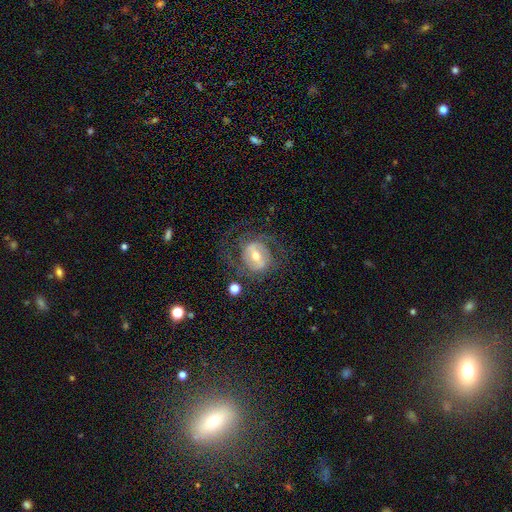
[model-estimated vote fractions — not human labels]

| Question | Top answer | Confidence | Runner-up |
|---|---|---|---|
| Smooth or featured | featured or disk | 78% | smooth (15%) |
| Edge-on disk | no | 96% | yes (4%) |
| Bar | weak | 42% | strong (37%) |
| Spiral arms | yes | 81% | no (19%) |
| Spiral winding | medium | 44% | tight (35%) |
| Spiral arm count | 2 | 65% | can't tell (19%) |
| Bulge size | moderate | 62% | small (31%) |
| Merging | none | 63% | major disturbance (20%) |